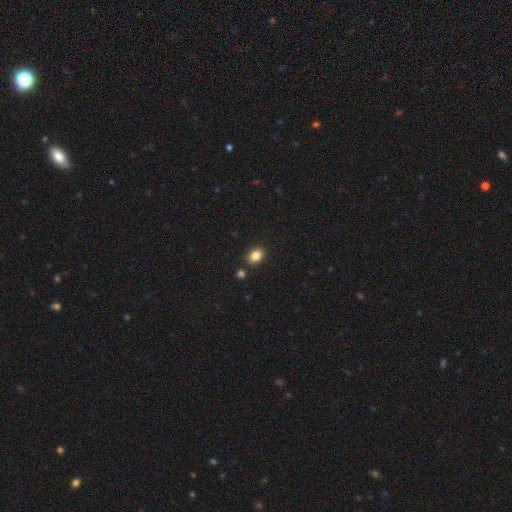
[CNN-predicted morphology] type=smooth (84%); roundness=in between (67%); merging=none (84%).